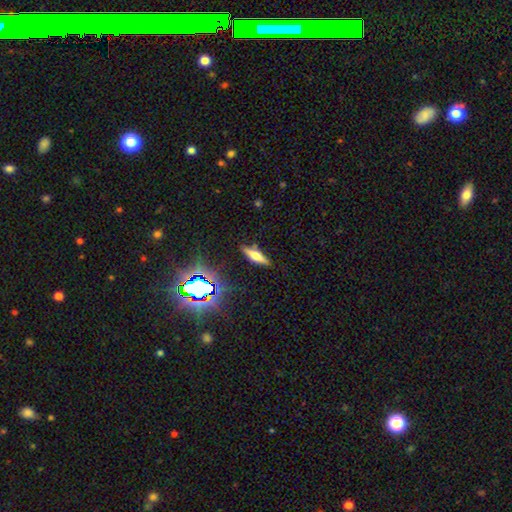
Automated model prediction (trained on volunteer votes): This is possibly a featured or disk galaxy (46%). Merging: clearly none (85%).